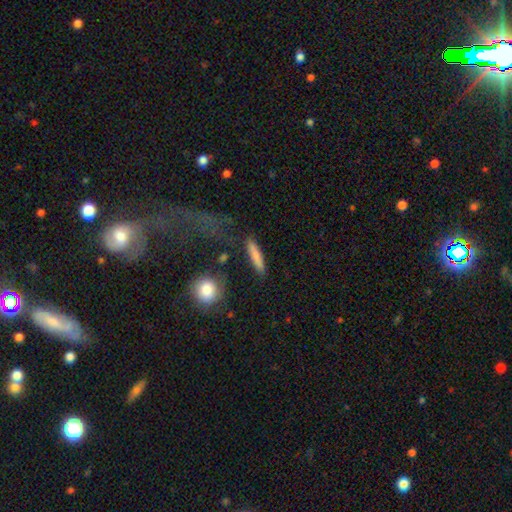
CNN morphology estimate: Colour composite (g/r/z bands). It shows a smooth galaxy with no disk features (80%) that is cigar-shaped (86%). Merging: none (84%).